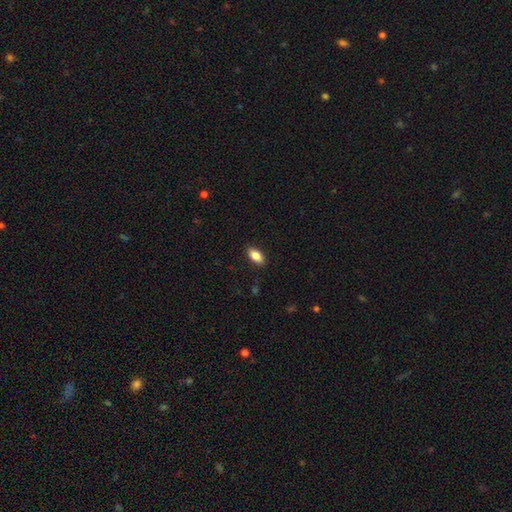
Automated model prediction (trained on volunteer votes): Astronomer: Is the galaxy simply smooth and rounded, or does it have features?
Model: smooth — 86%.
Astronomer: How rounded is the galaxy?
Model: in between — 91%.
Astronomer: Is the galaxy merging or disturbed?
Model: none — 88%.